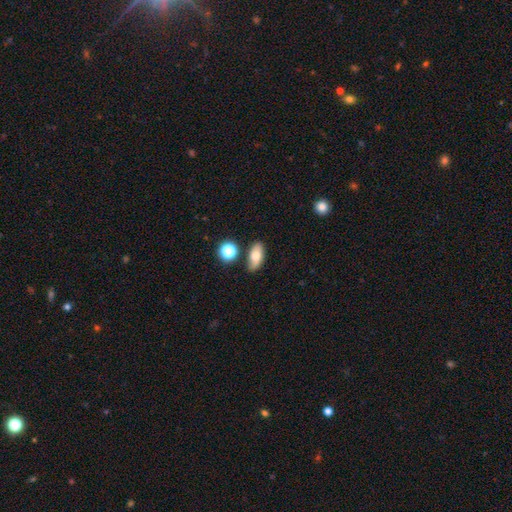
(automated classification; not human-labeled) Smooth or featured: smooth — 66% (featured or disk — 24%)
How rounded: in between — 83% (cigar-shaped — 9%)
Merging: none — 78% (minor disturbance — 13%)